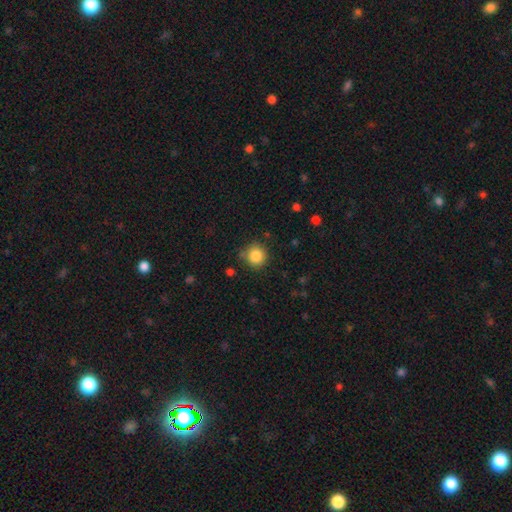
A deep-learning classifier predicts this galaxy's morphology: smooth 85%, star or artifact 10%, featured or disk 5%. Down the decision tree: how rounded — round (91%); merging — none (79%).